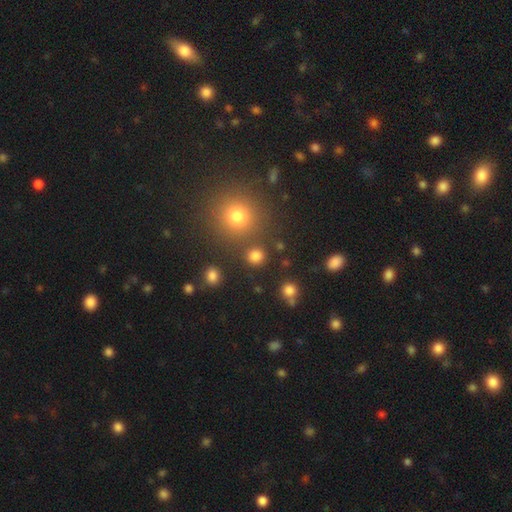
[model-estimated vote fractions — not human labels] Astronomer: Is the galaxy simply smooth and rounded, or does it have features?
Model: smooth — 82%.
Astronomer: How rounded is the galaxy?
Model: round — 91%.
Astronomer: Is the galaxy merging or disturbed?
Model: none — 86%.